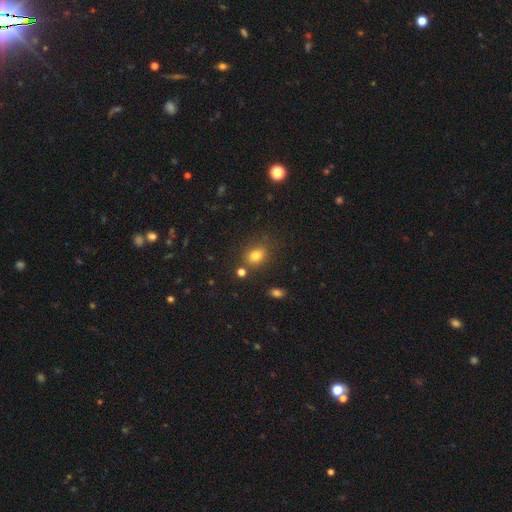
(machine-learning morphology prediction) Overall: smooth (78%). How rounded: in between (52%; round 47%). Merging: none (76%).